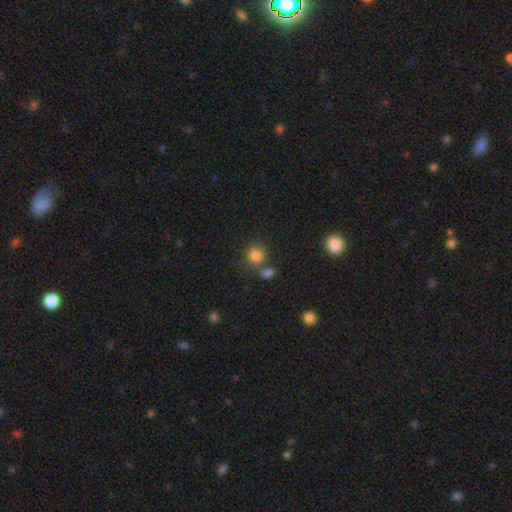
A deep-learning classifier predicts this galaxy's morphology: smooth_or_featured: smooth (p=0.81) [alt: star or artifact p=0.12]
how_rounded: round (p=0.85) [alt: in between p=0.14]
merging: none (p=0.63) [alt: merger p=0.21]